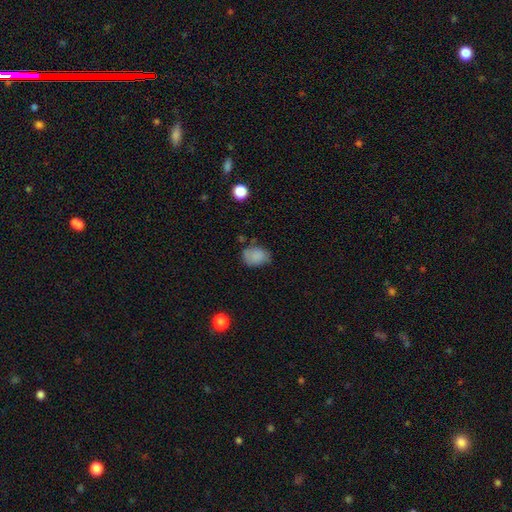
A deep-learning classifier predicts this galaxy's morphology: smooth-or-featured: smooth: 82% | star or artifact: 10% | featured or disk: 8%
  how-rounded: in between: 68% | round: 31% | cigar-shaped: 1%
  merging: none: 61% | minor disturbance: 28% | major disturbance: 8% | merger: 4%